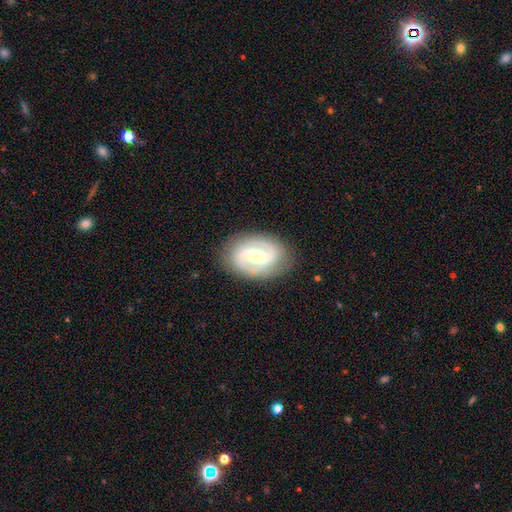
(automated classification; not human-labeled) Overall: featured or disk (84%). Edge-on disk: no (97%). Bar: weak (46%; strong 36%). Spiral arms: yes (92%). Spiral arm count: 2 (89%). Spiral winding: medium (49%; tight 33%). Bulge size: moderate (63%; small 30%). Merging: none (83%).